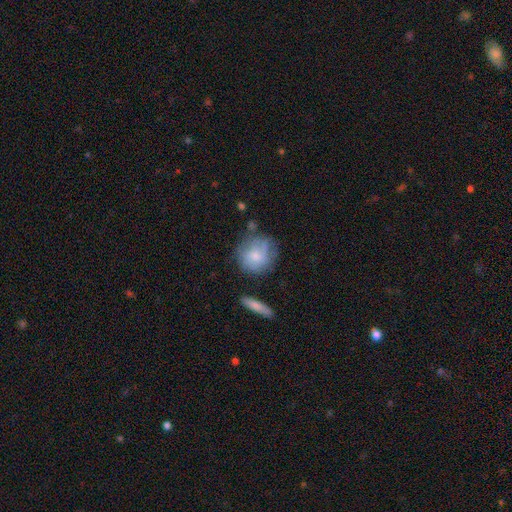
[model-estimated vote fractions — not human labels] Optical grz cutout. It shows a smooth galaxy with no disk features (58%) that is round (84%). Merging: none (59%).